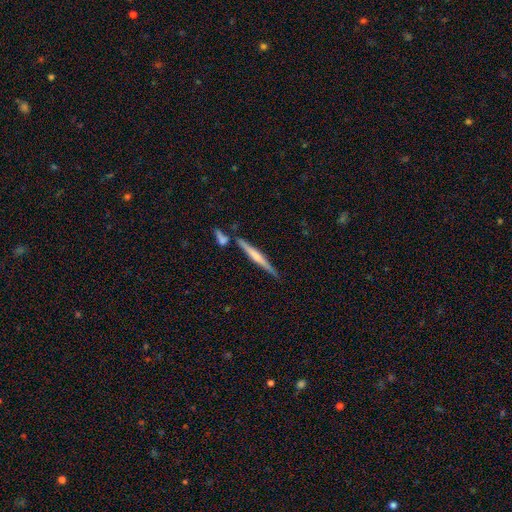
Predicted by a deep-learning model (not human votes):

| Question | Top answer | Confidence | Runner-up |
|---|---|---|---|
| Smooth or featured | featured or disk | 59% | smooth (35%) |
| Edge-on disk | yes | 97% | no (3%) |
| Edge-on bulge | rounded | 44% | none (36%) |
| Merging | none | 76% | minor disturbance (11%) |